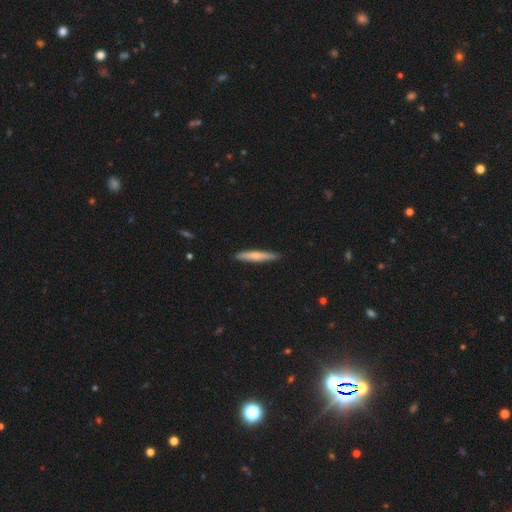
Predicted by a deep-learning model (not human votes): Smooth or featured?
  - smooth: 64% *
  - featured or disk: 31%
  - star or artifact: 5%
How rounded?
  - cigar-shaped: 92% *
  - in between: 6%
  - round: 1%
Merging?
  - none: 89% *
  - minor disturbance: 8%
  - major disturbance: 1%
  - merger: 1%